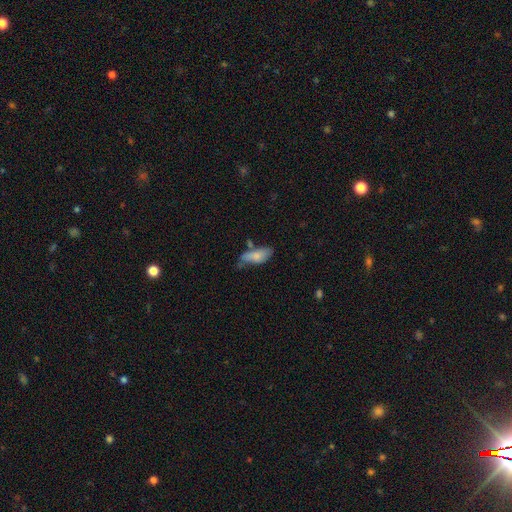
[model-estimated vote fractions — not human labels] Smooth or featured: smooth — 76% (featured or disk — 17%)
How rounded: in between — 79% (cigar-shaped — 18%)
Merging: none — 43% (minor disturbance — 31%)